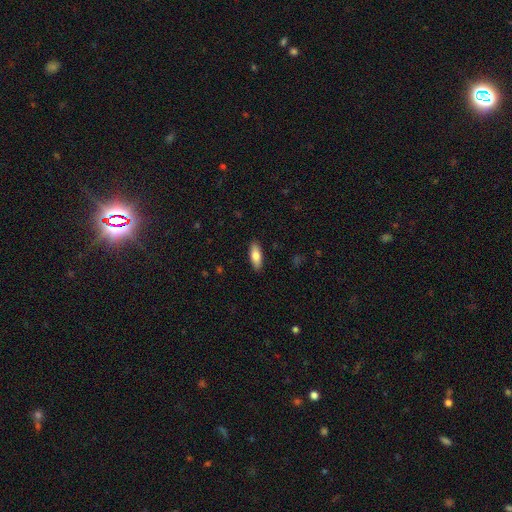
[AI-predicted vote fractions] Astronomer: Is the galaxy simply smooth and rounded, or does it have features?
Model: smooth — 78%.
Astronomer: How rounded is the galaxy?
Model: in between — 70%.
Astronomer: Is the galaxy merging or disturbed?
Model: none — 89%.